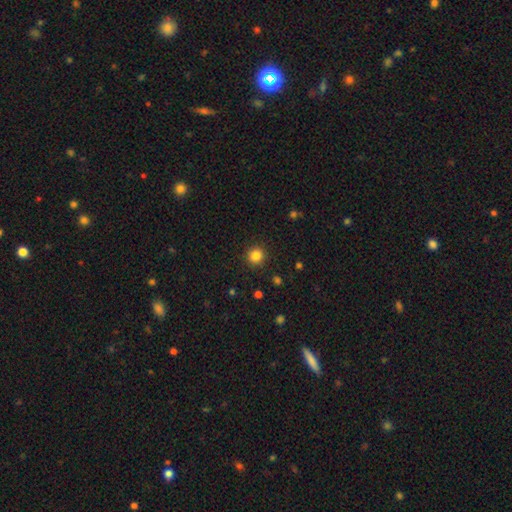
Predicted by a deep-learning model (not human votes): A smooth galaxy with no disk features (84%) that is round (94%). Merging: none (92%).